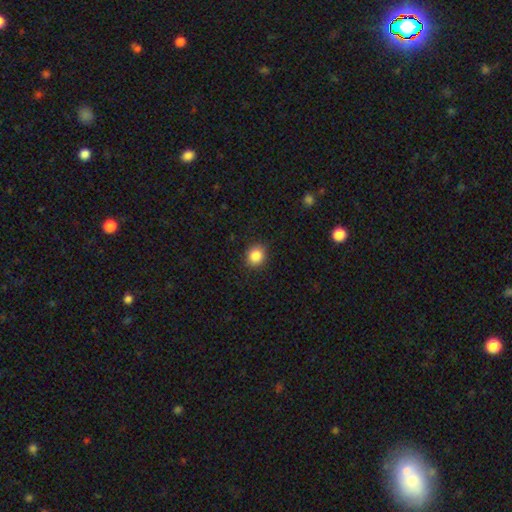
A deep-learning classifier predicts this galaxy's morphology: Q: Smooth or featured?
A: smooth (86%); runner-up: star or artifact (10%)
Q: How rounded?
A: round (76%); runner-up: in between (23%)
Q: Merging?
A: none (88%); runner-up: minor disturbance (8%)